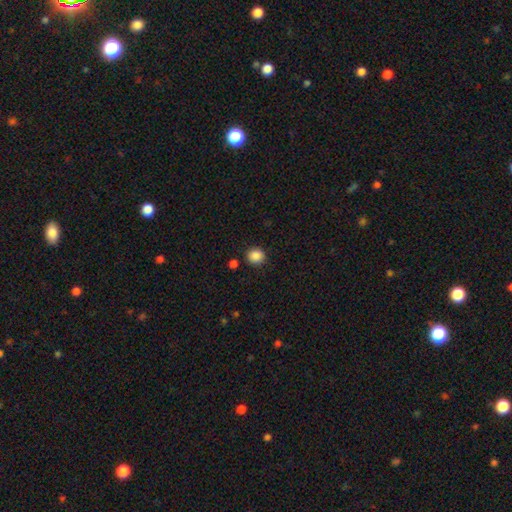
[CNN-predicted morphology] Smooth or featured: smooth — 87% (star or artifact — 10%)
How rounded: round — 85% (in between — 14%)
Merging: none — 87% (minor disturbance — 7%)